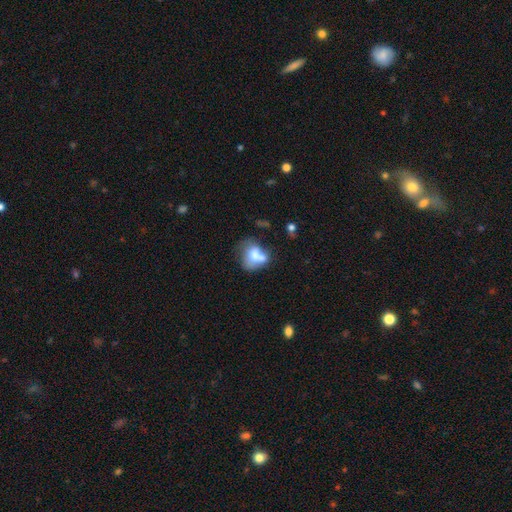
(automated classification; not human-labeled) A smooth galaxy with no disk features (62%) that is in between round and cigar-shaped (59%). Merging: merger (38%).